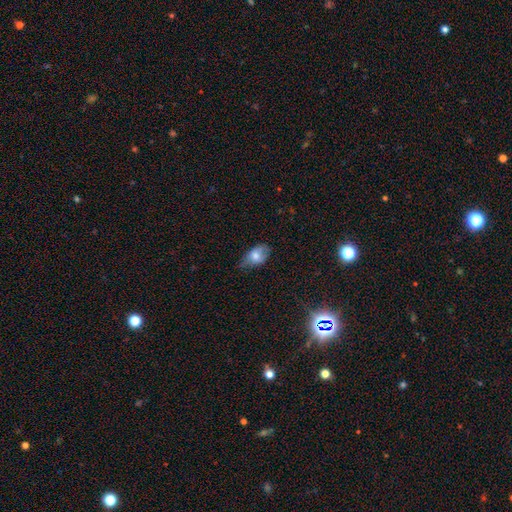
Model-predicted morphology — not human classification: A smooth galaxy with no disk features (70%) that is in between round and cigar-shaped (87%). Merging: none (45%).